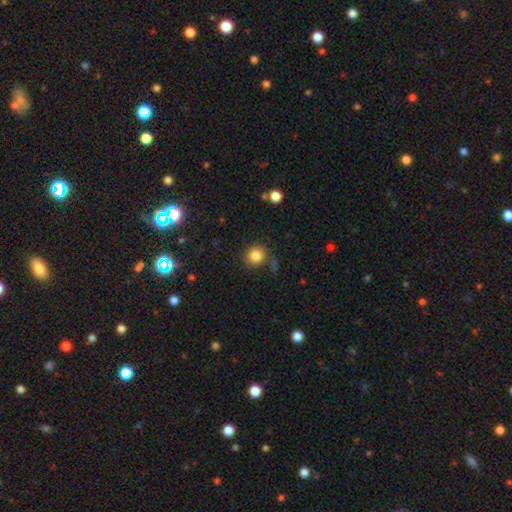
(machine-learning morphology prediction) A smooth galaxy with no disk features (84%) that is round (88%). Merging: none (81%).